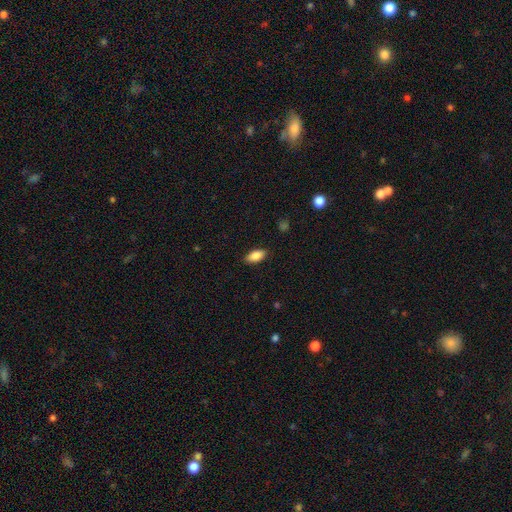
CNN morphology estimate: Smooth or featured? Predicted: smooth (p=0.86). How rounded? Predicted: in between (p=0.91). Merging? Predicted: none (p=0.87).